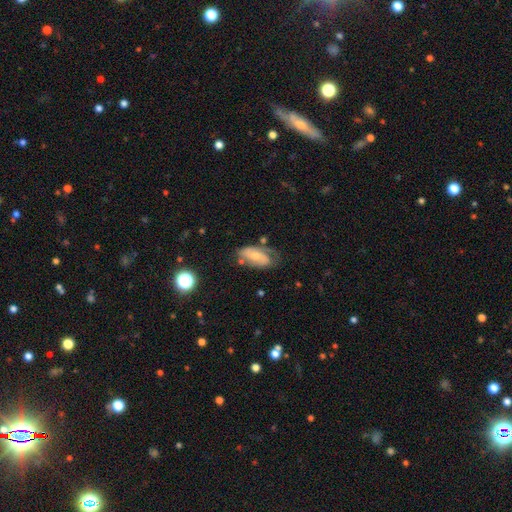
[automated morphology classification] Smooth or featured?
  - featured or disk: 51% *
  - smooth: 42%
  - star or artifact: 7%
Edge-on disk?
  - no: 92% *
  - yes: 8%
Merging?
  - none: 46% *
  - minor disturbance: 30%
  - major disturbance: 17%
  - merger: 7%